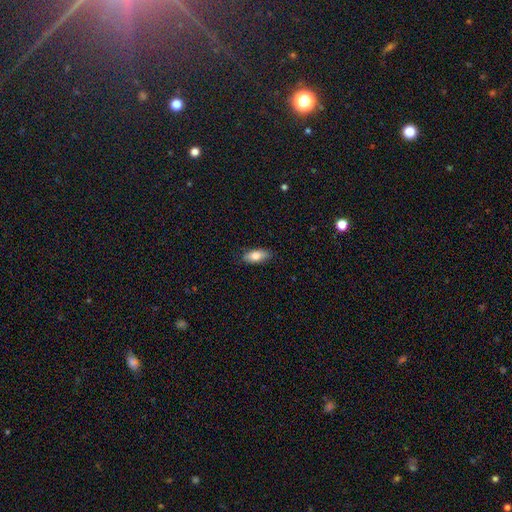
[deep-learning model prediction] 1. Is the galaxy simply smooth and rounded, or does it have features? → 78% smooth, 15% featured or disk, 7% star or artifact.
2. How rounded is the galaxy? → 86% in between, 11% cigar-shaped, 3% round.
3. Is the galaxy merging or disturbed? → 85% none, 12% minor disturbance, 2% major disturbance, 1% merger.